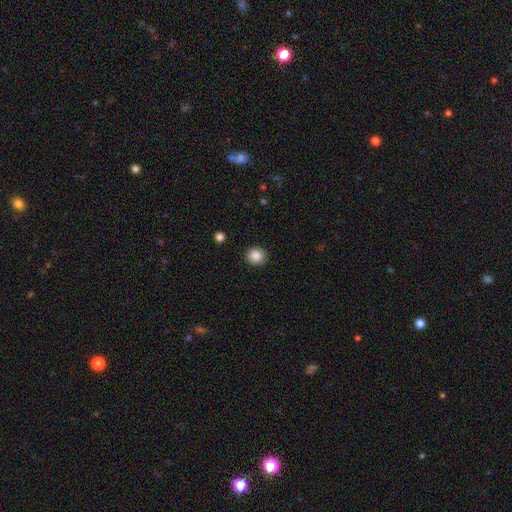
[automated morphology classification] smooth 87%, star or artifact 9%, featured or disk 4%. Down the decision tree: how rounded — round (81%); merging — none (90%).